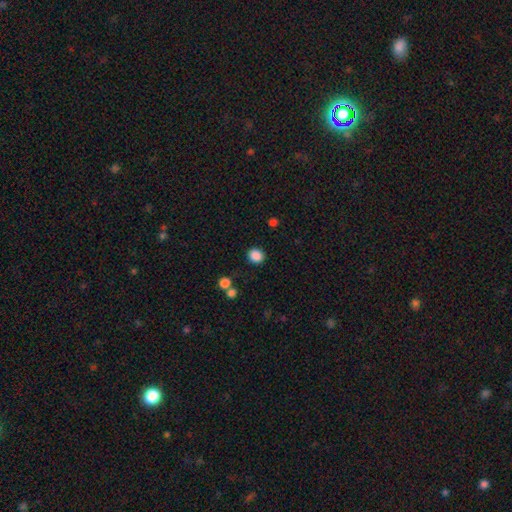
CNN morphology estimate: The model was most divided on "how rounded": round: 76%, in between: 23%, cigar-shaped: 1%. More confident: smooth or featured — smooth (87%); merging — none (86%).